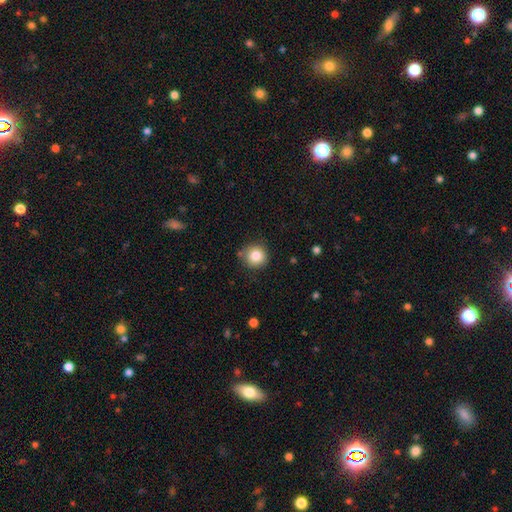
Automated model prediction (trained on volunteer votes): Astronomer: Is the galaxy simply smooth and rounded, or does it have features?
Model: smooth — 83%.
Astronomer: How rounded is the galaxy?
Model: round — 93%.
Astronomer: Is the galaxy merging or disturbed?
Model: none — 83%.